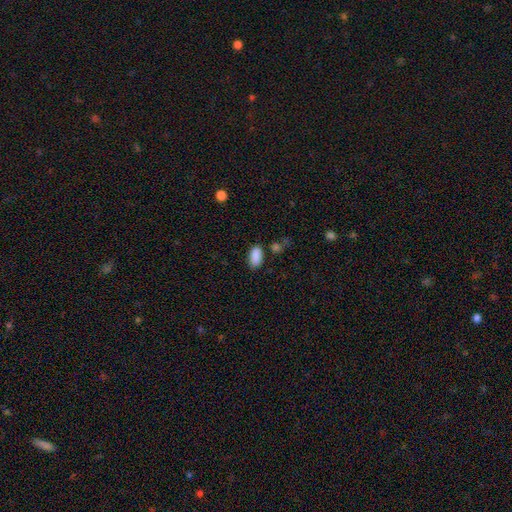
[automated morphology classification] smooth 88%, star or artifact 8%, featured or disk 4%. Down the decision tree: how rounded — in between (93%); merging — none (78%).